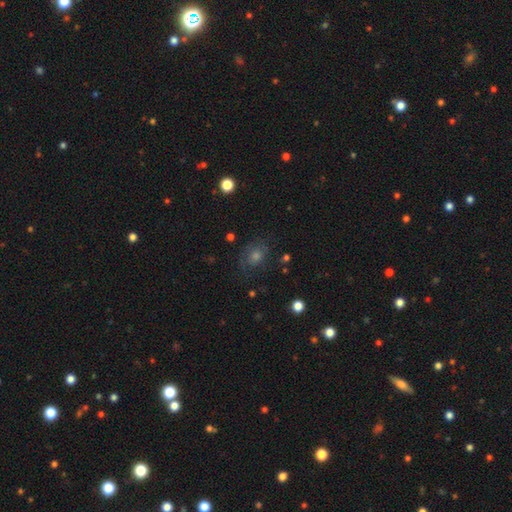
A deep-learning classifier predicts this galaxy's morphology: smooth 45%, star or artifact 28%, featured or disk 27%. Down the decision tree: merging — none (73%).